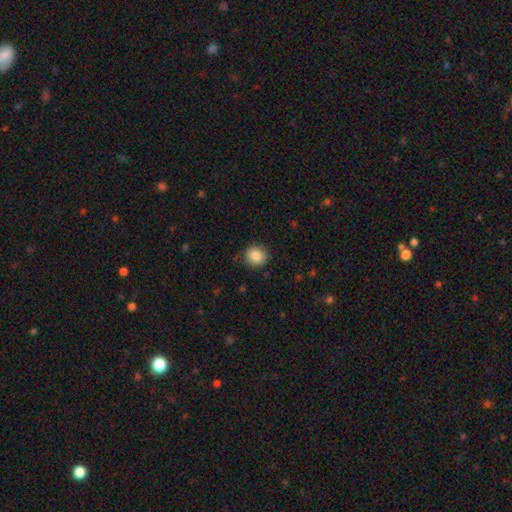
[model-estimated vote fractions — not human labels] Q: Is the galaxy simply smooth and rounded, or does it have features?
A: smooth — 86%.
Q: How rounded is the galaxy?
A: round — 89%.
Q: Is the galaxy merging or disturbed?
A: none — 88%.